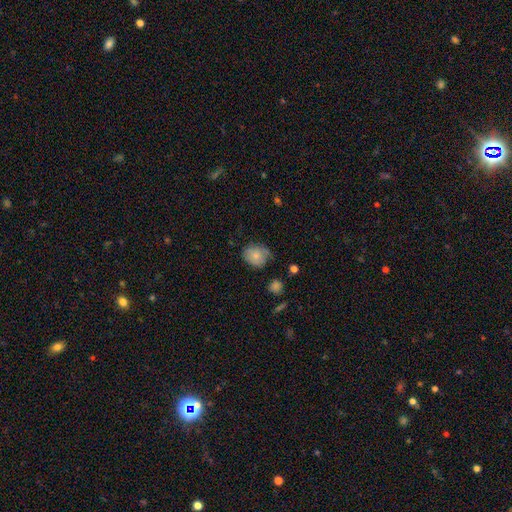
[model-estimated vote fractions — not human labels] A smooth galaxy with no disk features (71%) that is round (59%). Merging: none (58%).